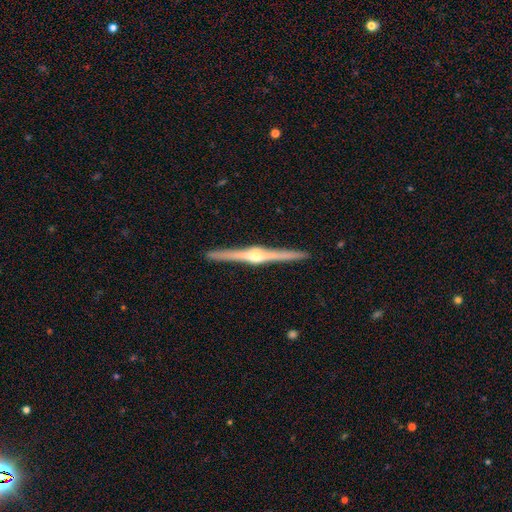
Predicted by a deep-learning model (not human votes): Smooth or featured? featured or disk (87%)
Edge-on disk? yes (99%)
Edge-on bulge? rounded (93%)
Merging? none (93%)